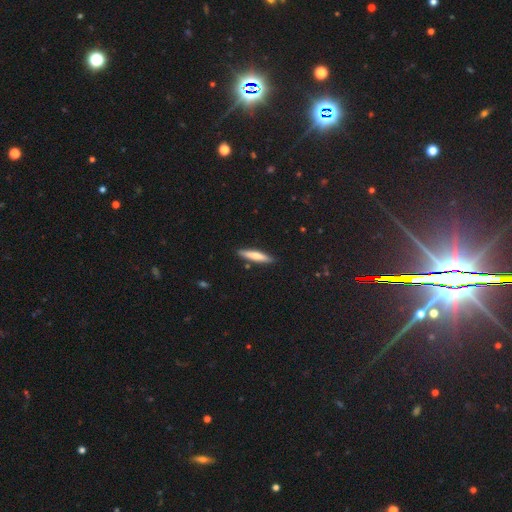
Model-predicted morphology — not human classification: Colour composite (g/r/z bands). It shows a smooth galaxy with no disk features (66%) that is cigar-shaped (86%). Merging: none (88%).